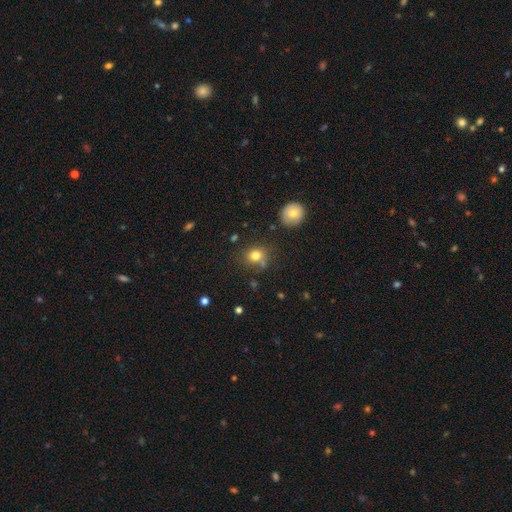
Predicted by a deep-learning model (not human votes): This appears to be a smooth galaxy with no disk features (78%) that is round (68%). Merging: none (70%).